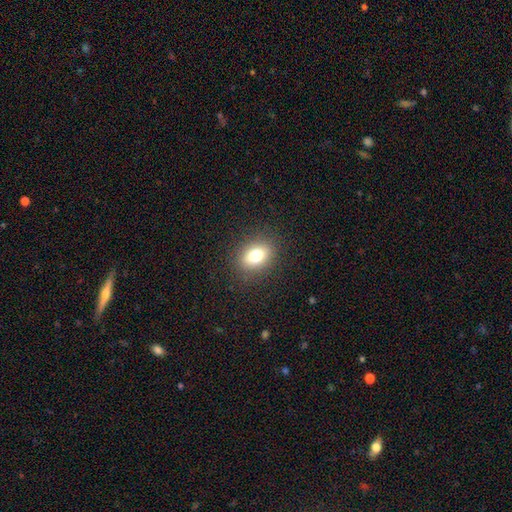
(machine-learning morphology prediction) smooth_or_featured: smooth (p=0.78) [alt: star or artifact p=0.11]
how_rounded: in between (p=0.67) [alt: round p=0.31]
merging: none (p=0.88) [alt: minor disturbance p=0.08]